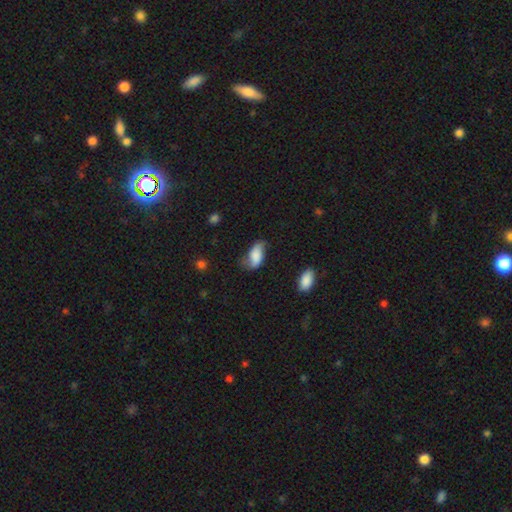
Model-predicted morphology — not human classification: A smooth galaxy with no disk features (60%) that is in between round and cigar-shaped (90%). Merging: none (51%).